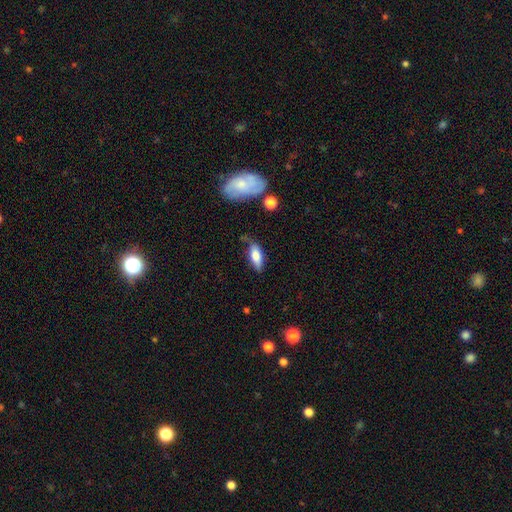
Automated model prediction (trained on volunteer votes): This appears to be a smooth galaxy with no disk features (69%) that is in between round and cigar-shaped (70%). Merging: none (58%).